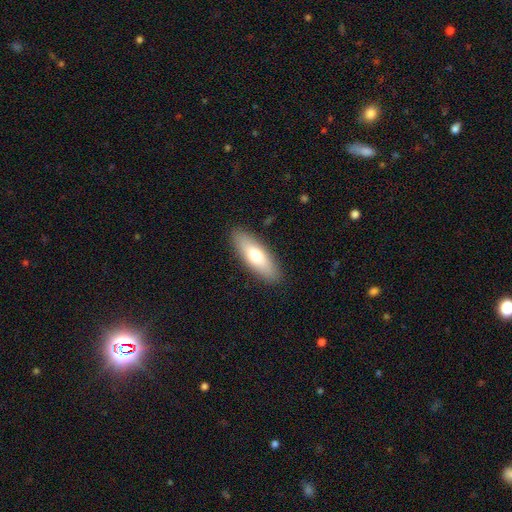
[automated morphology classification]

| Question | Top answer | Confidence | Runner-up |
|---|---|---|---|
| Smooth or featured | smooth | 68% | featured or disk (26%) |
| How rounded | in between | 59% | cigar-shaped (39%) |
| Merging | none | 89% | minor disturbance (8%) |